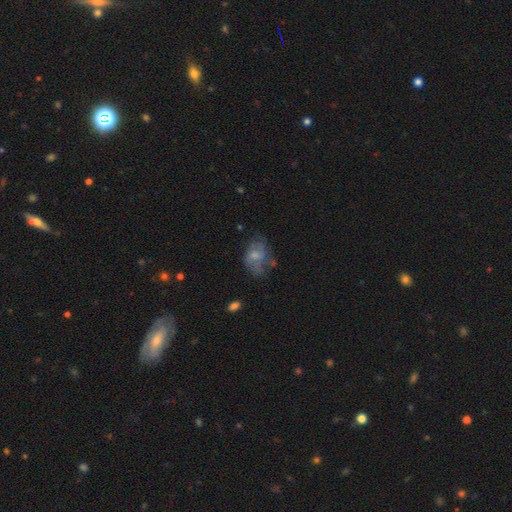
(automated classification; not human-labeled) Smooth or featured?
  - smooth: 45% * (tied)
  - featured or disk: 45% * (tied)
  - star or artifact: 10%
Merging?
  - none: 38% *
  - major disturbance: 28%
  - minor disturbance: 27%
  - merger: 6%